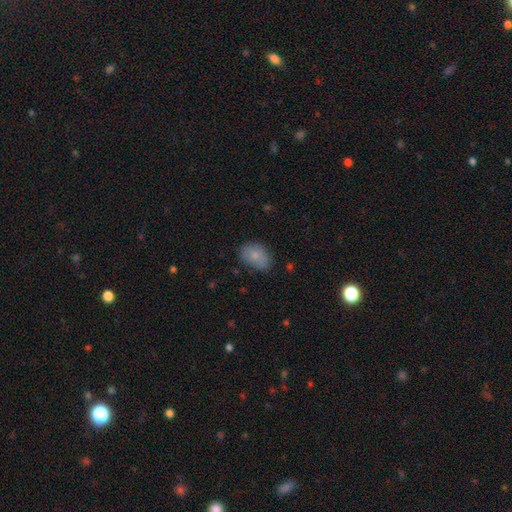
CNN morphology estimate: smooth 81%, featured or disk 12%, star or artifact 7%. Down the decision tree: how rounded — in between (83%); merging — none (73%).